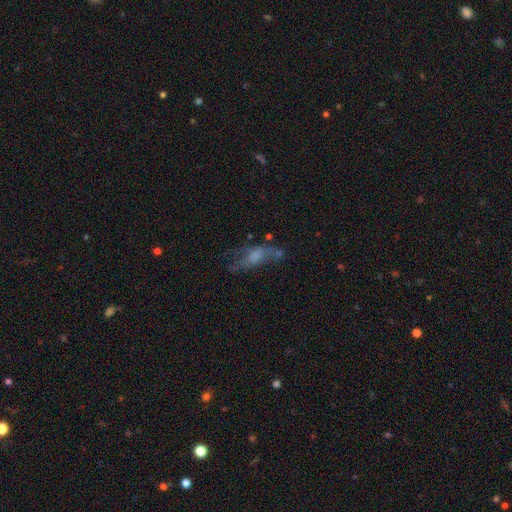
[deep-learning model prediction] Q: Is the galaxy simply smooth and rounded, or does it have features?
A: featured or disk — 45%.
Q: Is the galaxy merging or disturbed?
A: none — 37%.